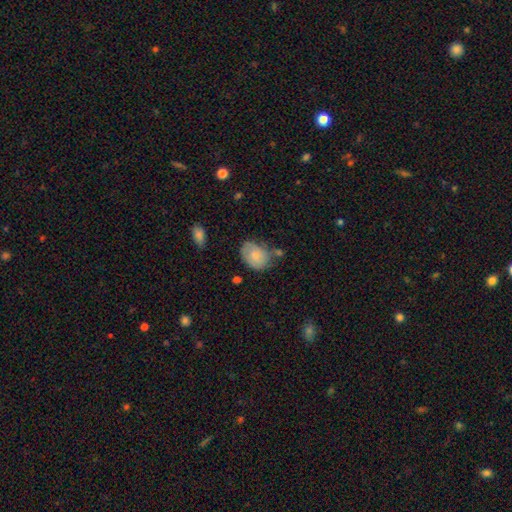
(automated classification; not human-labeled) Overall: smooth (69%). How rounded: in between (70%). Merging: none (55%; minor disturbance 29%).